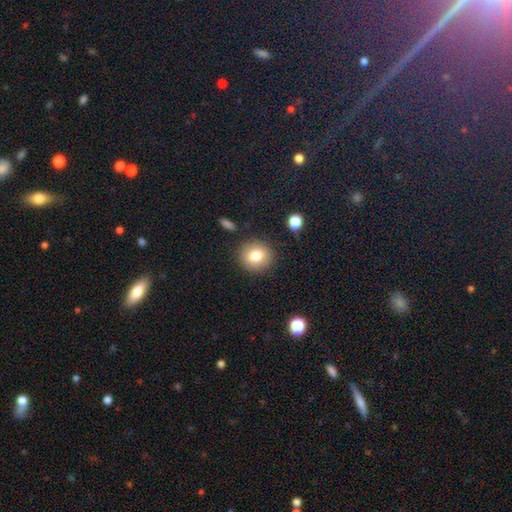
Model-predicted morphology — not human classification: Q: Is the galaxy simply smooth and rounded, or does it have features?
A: smooth — 79%.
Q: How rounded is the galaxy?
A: round — 83%.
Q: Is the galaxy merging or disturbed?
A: none — 85%.